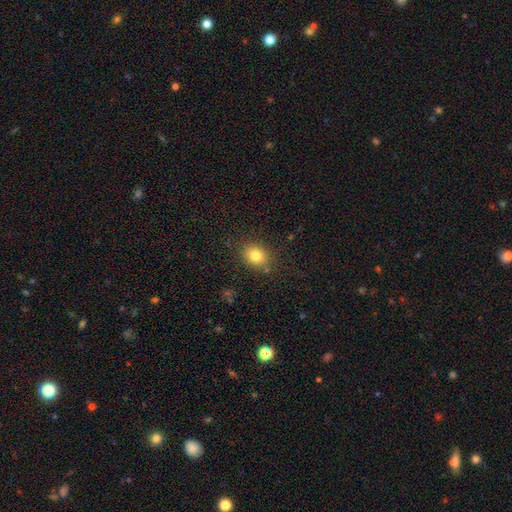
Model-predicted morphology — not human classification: Smooth or featured?
  - smooth: 80% *
  - star or artifact: 12%
  - featured or disk: 8%
How rounded?
  - round: 55% *
  - in between: 44%
  - cigar-shaped: 1%
Merging?
  - none: 84% *
  - minor disturbance: 11%
  - major disturbance: 3%
  - merger: 2%